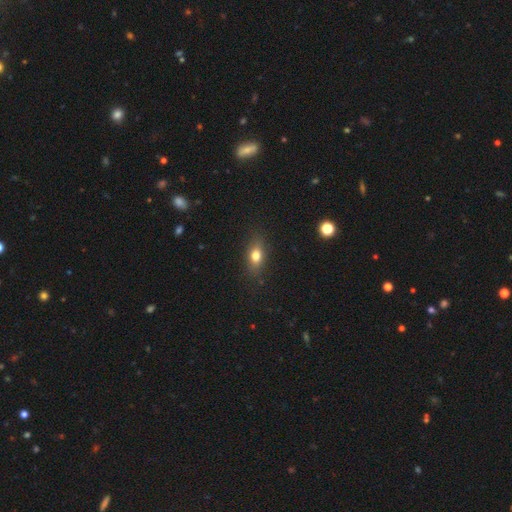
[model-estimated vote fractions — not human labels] smooth 73%, featured or disk 16%, star or artifact 10%. Down the decision tree: how rounded — in between (71%); merging — none (83%).